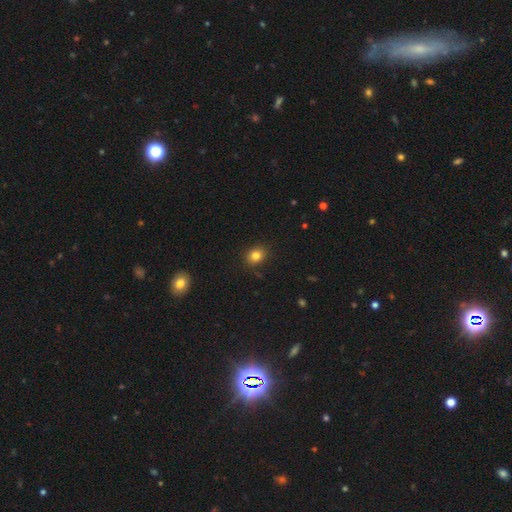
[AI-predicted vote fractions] A smooth galaxy with no disk features (82%) that is round (65%).

Vote fractions:
- Smooth or featured? smooth: 82% / star or artifact: 12% / featured or disk: 6%
- How rounded? round: 65% / in between: 34% / cigar-shaped: 1%
- Merging? none: 88% / minor disturbance: 9% / major disturbance: 2% / merger: 1%